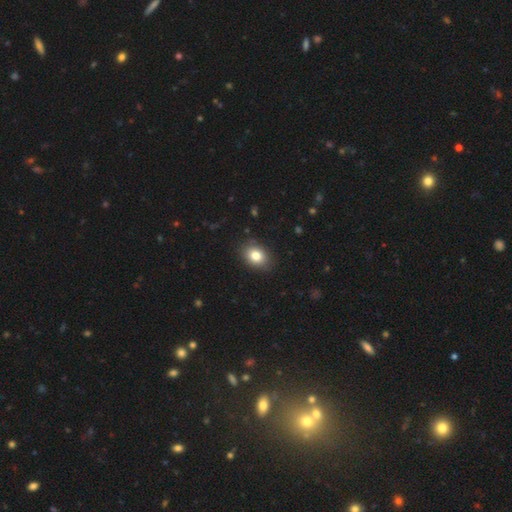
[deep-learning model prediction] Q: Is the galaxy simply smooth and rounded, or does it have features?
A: smooth — 82%.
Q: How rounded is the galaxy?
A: in between — 67%.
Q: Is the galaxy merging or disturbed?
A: none — 86%.